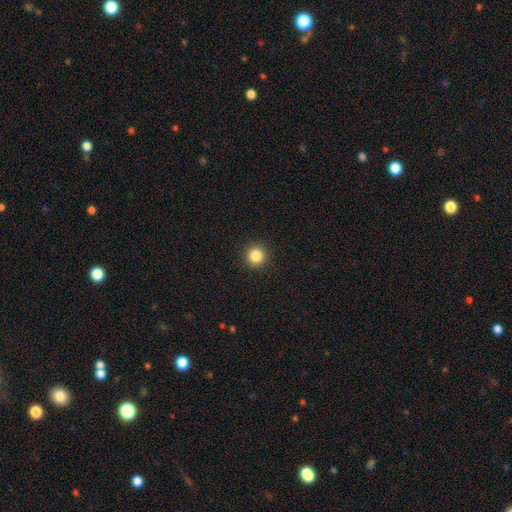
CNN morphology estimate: Smooth or featured?
  - smooth: 85% *
  - star or artifact: 11%
  - featured or disk: 4%
How rounded?
  - round: 95% *
  - in between: 4%
  - cigar-shaped: 1%
Merging?
  - none: 93% *
  - minor disturbance: 5%
  - major disturbance: 2%
  - merger: 1%